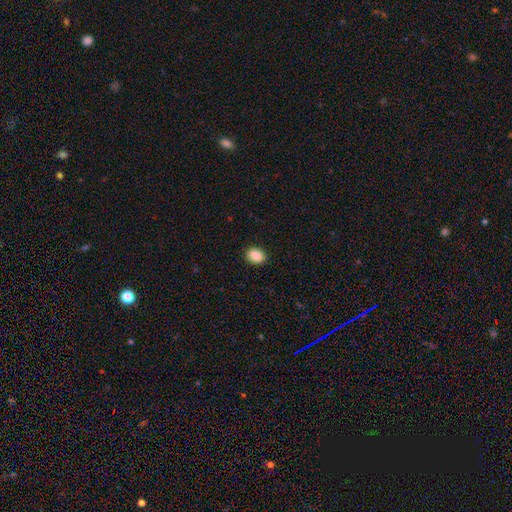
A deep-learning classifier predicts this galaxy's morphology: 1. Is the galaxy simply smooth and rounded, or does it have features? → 89% smooth, 8% star or artifact, 3% featured or disk.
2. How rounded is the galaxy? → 68% in between, 31% round, 1% cigar-shaped.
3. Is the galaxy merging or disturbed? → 90% none, 7% minor disturbance, 2% major disturbance, 1% merger.